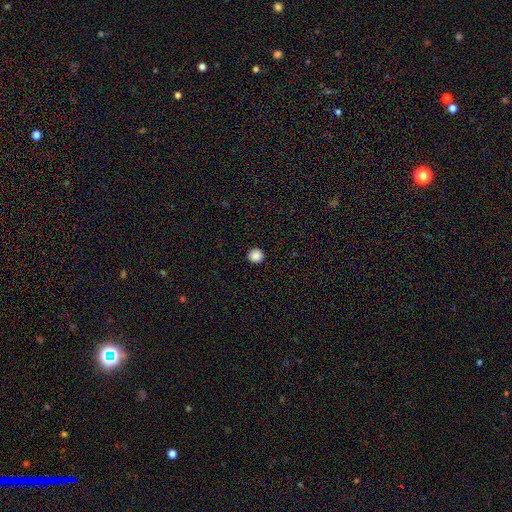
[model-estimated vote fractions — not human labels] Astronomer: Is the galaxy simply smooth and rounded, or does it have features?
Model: smooth — 88%.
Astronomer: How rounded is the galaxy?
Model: round — 94%.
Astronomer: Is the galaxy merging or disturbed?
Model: none — 93%.